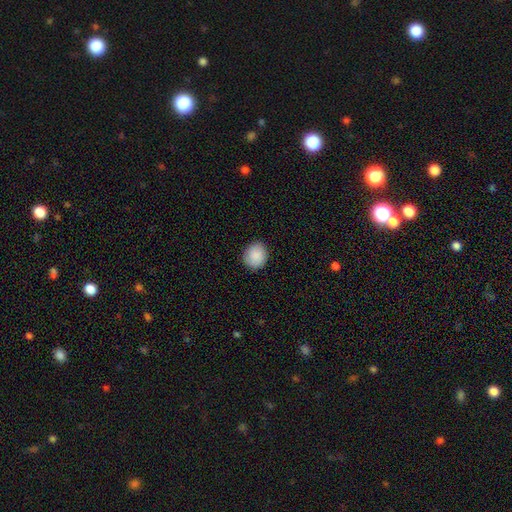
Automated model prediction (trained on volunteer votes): A smooth galaxy with no disk features (86%) that is round (77%).

Vote fractions:
- Smooth or featured? smooth: 86% / star or artifact: 7% / featured or disk: 7%
- How rounded? round: 77% / in between: 22% / cigar-shaped: 1%
- Merging? none: 85% / minor disturbance: 11% / major disturbance: 2% / merger: 1%